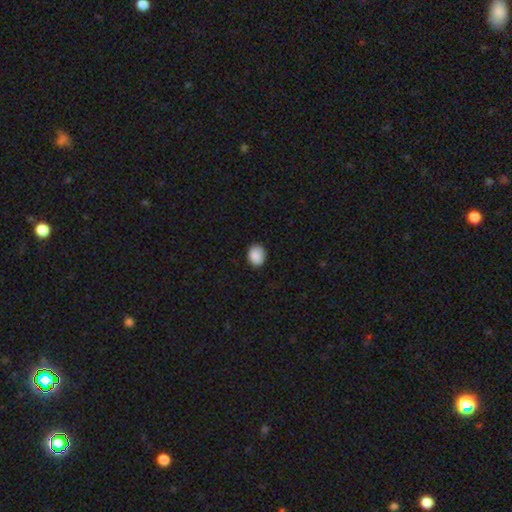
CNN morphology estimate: Smooth or featured?
  - smooth: 89% *
  - star or artifact: 8%
  - featured or disk: 3%
How rounded?
  - in between: 50% *
  - round: 49%
  - cigar-shaped: 1%
Merging?
  - none: 86% *
  - minor disturbance: 11%
  - major disturbance: 2%
  - merger: 1%